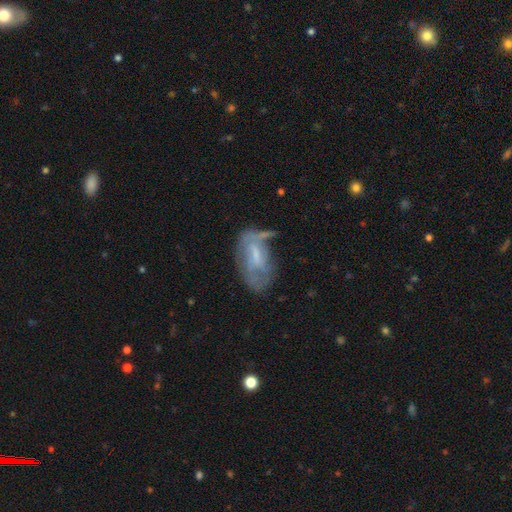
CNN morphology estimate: This appears to be a featured or disk galaxy (58%) with a weak bar (48%), spiral arms (56%) and a small central bulge (41%). Merging: none (37%).